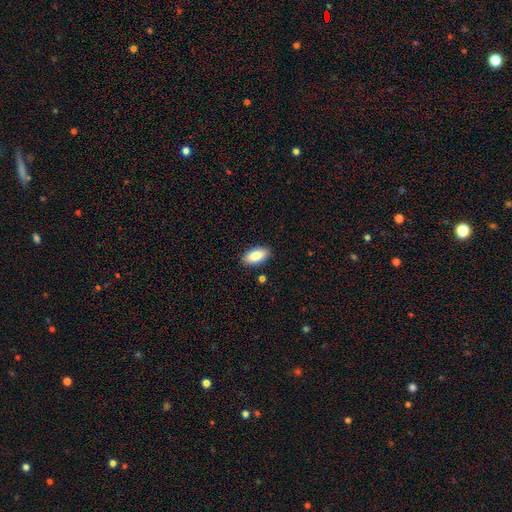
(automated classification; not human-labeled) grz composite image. It shows a smooth galaxy with no disk features (84%) that is in between round and cigar-shaped (92%). Merging: none (87%).